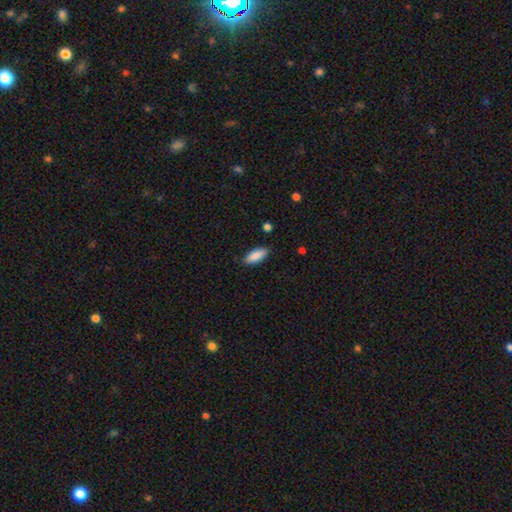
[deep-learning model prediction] Smooth or featured?
  - smooth: 88% *
  - star or artifact: 6%
  - featured or disk: 5%
How rounded?
  - in between: 77% *
  - cigar-shaped: 21%
  - round: 2%
Merging?
  - none: 86% *
  - minor disturbance: 10%
  - major disturbance: 2%
  - merger: 1%